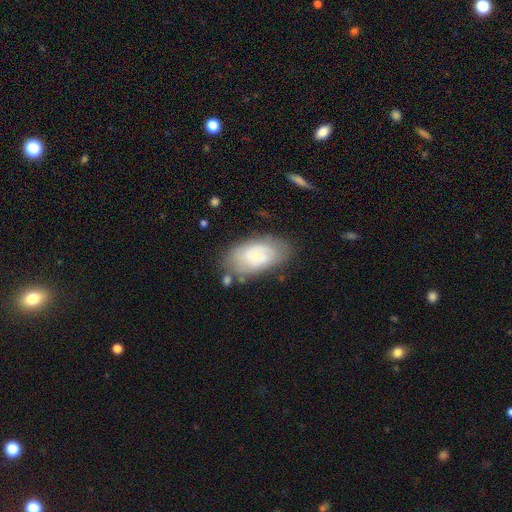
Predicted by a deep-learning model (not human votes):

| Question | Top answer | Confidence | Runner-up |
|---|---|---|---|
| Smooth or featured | featured or disk | 53% | smooth (40%) |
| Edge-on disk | no | 94% | yes (6%) |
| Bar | no | 75% | weak (22%) |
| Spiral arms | yes | 70% | no (30%) |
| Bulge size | small | 72% | moderate (22%) |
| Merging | none | 68% | minor disturbance (21%) |